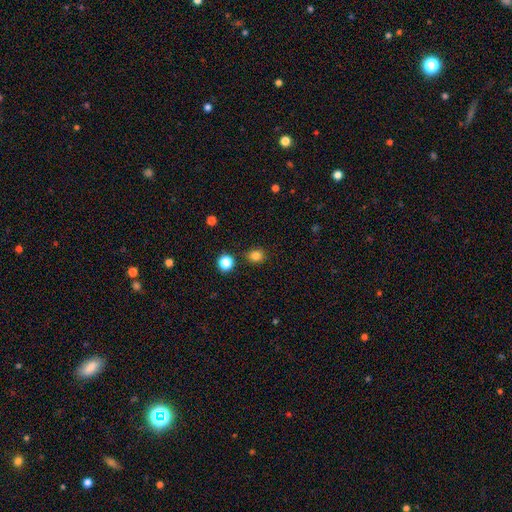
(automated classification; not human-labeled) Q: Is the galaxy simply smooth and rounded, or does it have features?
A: smooth — 82%.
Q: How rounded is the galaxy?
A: round — 74%.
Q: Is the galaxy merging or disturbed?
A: none — 83%.